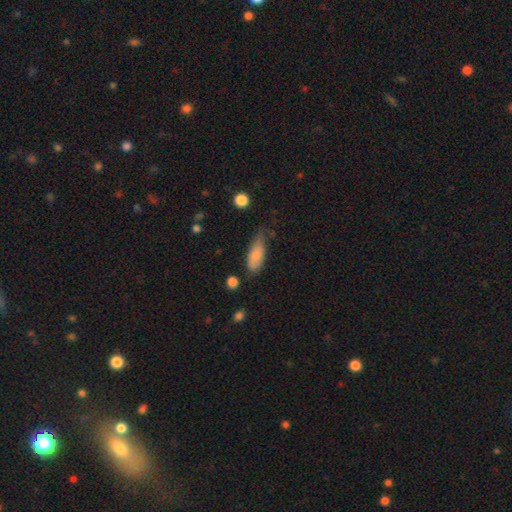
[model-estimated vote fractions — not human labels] smooth_or_featured: smooth (p=0.79) [alt: featured or disk p=0.14]
how_rounded: in between (p=0.81) [alt: cigar-shaped p=0.17]
merging: none (p=0.45) [alt: minor disturbance p=0.40]